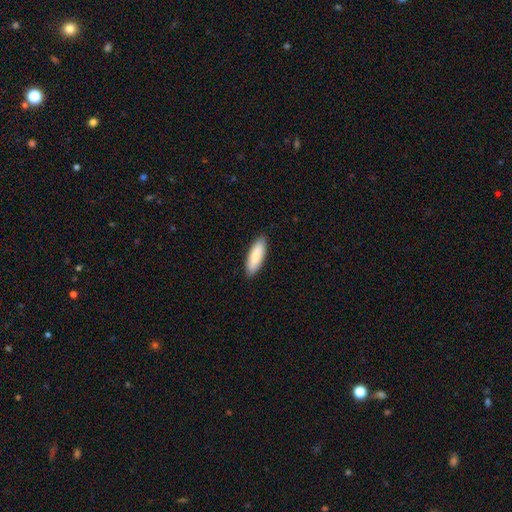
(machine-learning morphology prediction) Overall: smooth (84%). How rounded: in between (58%; cigar-shaped 40%). Merging: none (88%).